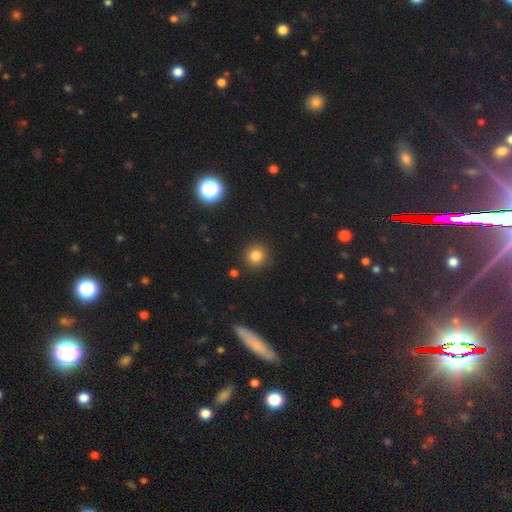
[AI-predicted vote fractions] Smooth or featured? smooth (81%)
How rounded? round (93%)
Merging? none (90%)